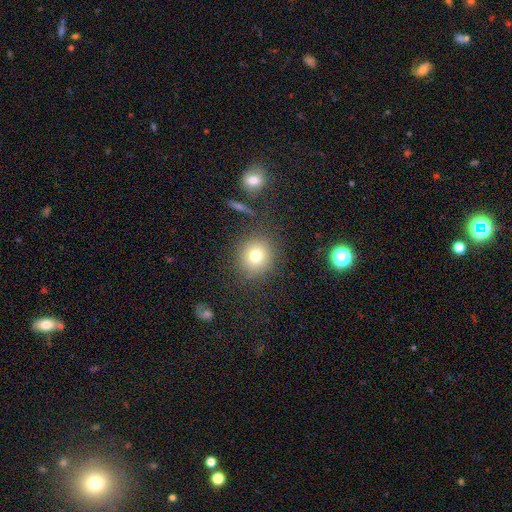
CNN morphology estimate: Smooth or featured? smooth (75%)
How rounded? round (85%)
Merging? none (84%)